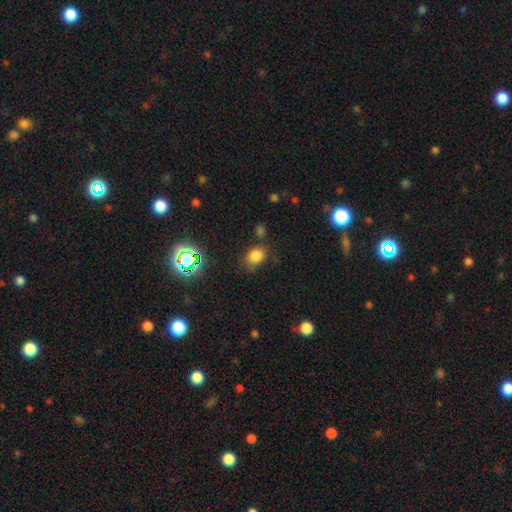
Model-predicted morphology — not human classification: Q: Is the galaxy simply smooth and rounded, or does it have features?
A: smooth — 77%.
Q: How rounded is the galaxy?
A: in between — 55%.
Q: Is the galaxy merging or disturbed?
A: none — 66%.